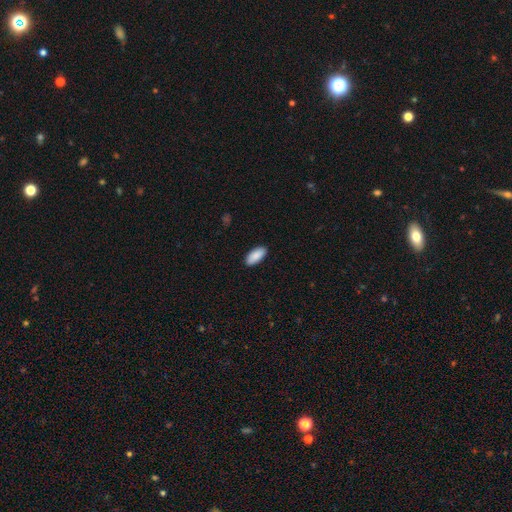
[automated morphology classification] Overall: smooth (90%). How rounded: in between (90%). Merging: none (89%).